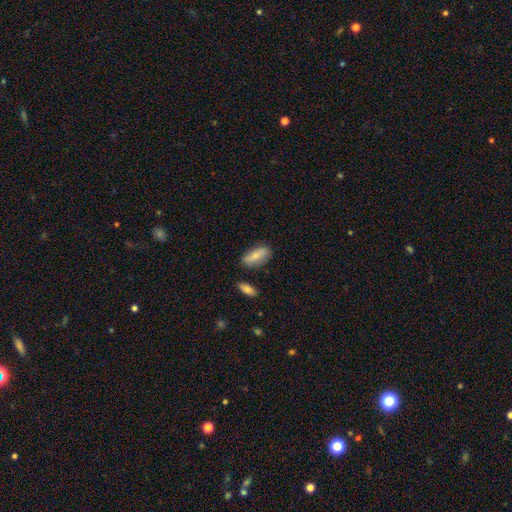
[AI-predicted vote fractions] This appears to be a smooth galaxy with no disk features (71%) that is in between round and cigar-shaped (79%). Merging: none (78%).